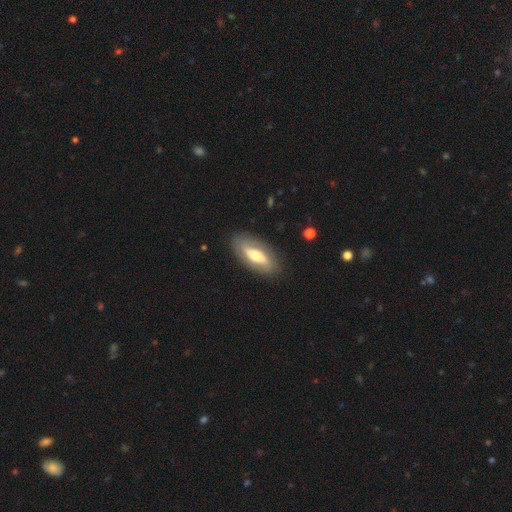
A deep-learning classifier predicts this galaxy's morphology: Overall: featured or disk (53%; smooth 41%). Edge-on disk: no (77%). Merging: none (85%).